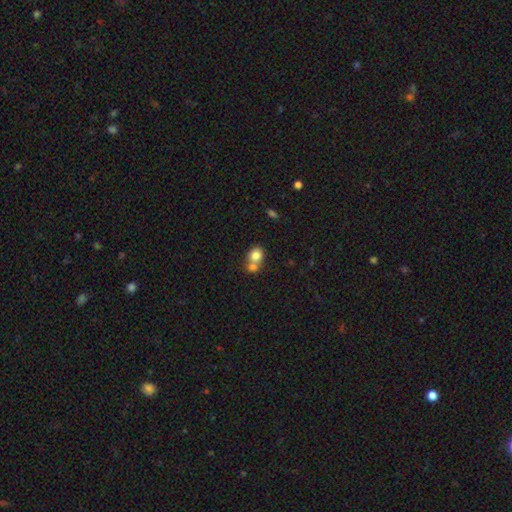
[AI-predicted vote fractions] Smooth or featured: smooth — 79% (featured or disk — 11%)
How rounded: round — 70% (in between — 29%)
Merging: merger — 57% (none — 33%)